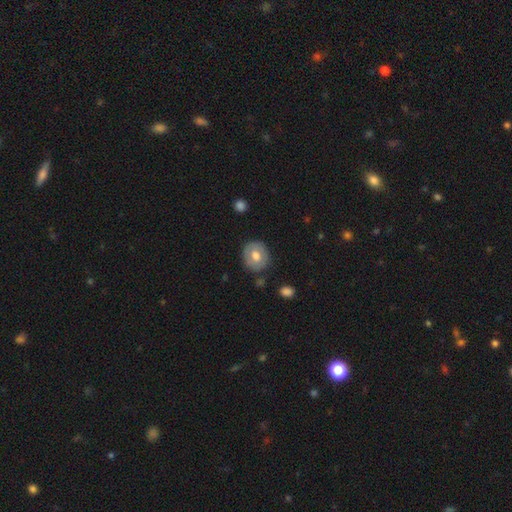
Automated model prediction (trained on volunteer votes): Overall: smooth (59%; featured or disk 34%). How rounded: round (79%). Merging: none (80%).